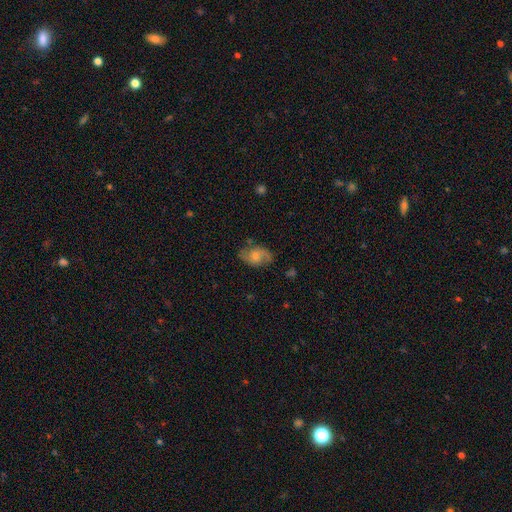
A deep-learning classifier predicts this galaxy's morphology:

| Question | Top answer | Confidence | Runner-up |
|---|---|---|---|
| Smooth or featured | featured or disk | 54% | smooth (37%) |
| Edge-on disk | no | 95% | yes (5%) |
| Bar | no | 66% | weak (29%) |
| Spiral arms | yes | 82% | no (18%) |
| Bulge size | moderate | 58% | small (32%) |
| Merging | none | 76% | minor disturbance (18%) |